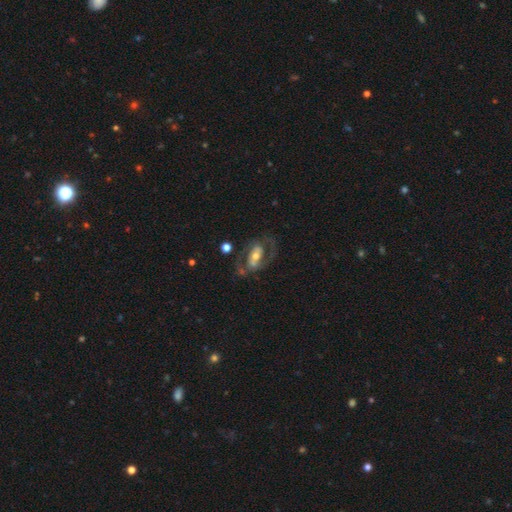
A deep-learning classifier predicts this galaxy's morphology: type=featured or disk (71%); edge-on=no (93%); bar=no (40%); spiral arms=yes (66%); bulge=moderate (61%); merging=none (55%).